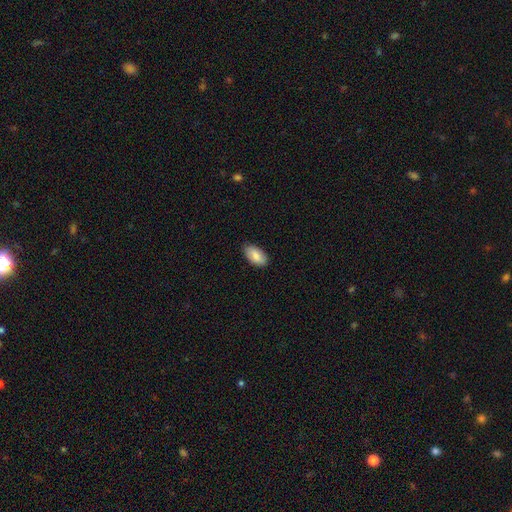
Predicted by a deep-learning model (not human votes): This appears to be a smooth galaxy with no disk features (86%) that is in between round and cigar-shaped (94%). Merging: none (86%).